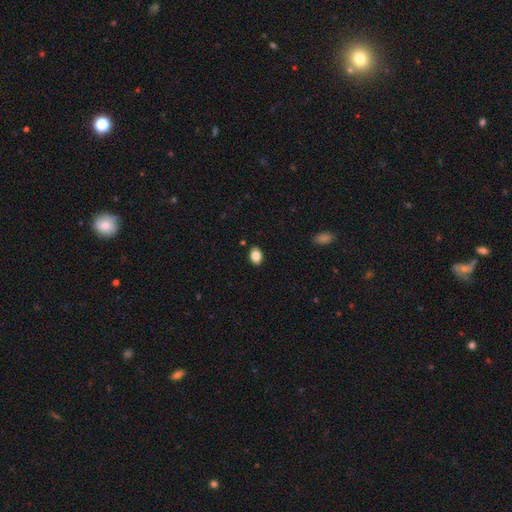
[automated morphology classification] smooth 87%, star or artifact 9%, featured or disk 4%. Down the decision tree: how rounded — in between (72%); merging — none (89%).